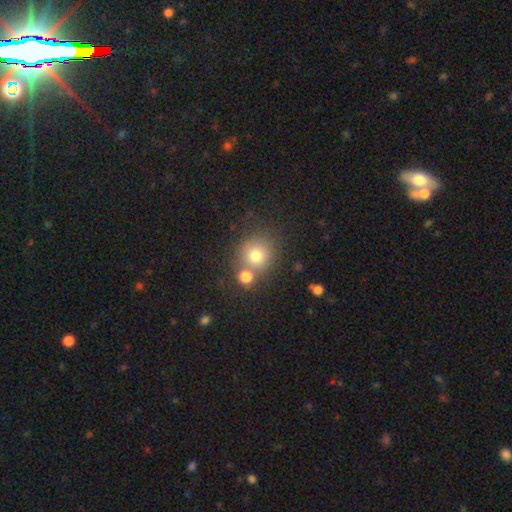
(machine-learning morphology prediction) Smooth or featured? Predicted: smooth (p=0.74). How rounded? Predicted: round (p=0.89). Merging? Predicted: none (p=0.63).